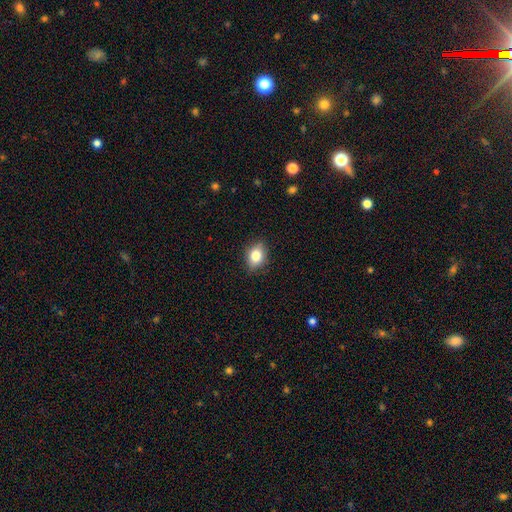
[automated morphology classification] type=smooth (82%); roundness=in between (70%); merging=none (85%).